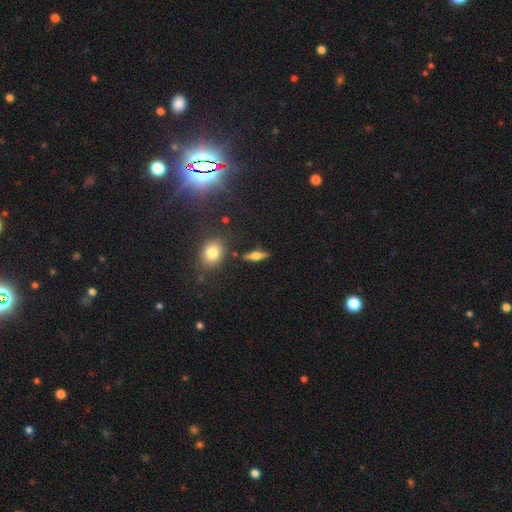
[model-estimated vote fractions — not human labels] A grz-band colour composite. It shows a featured or disk galaxy (52%) viewed edge-on (92%). Merging: none (86%).